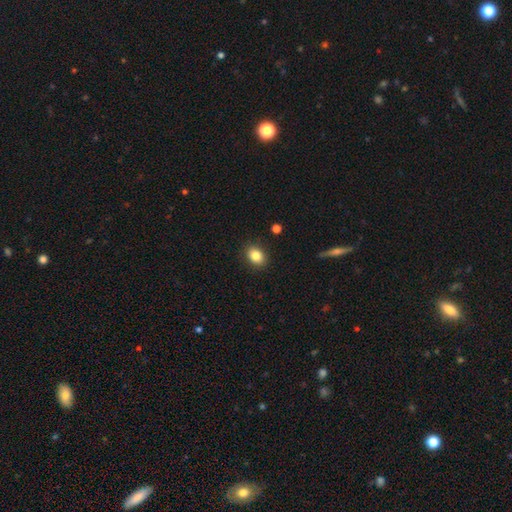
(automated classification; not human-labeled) smooth 84%, star or artifact 9%, featured or disk 7%. Down the decision tree: how rounded — in between (61%); merging — none (89%).